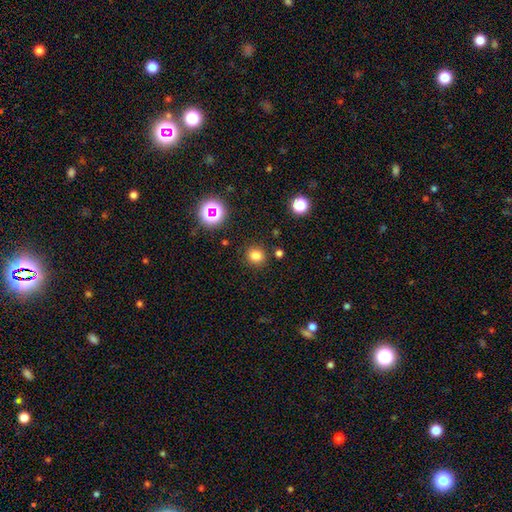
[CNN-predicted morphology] Overall: smooth (78%). How rounded: round (89%). Merging: none (88%).